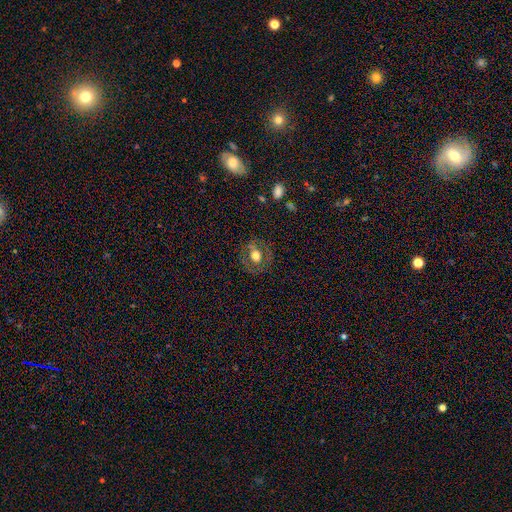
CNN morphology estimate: type=smooth (53%); roundness=round (73%); merging=none (80%).